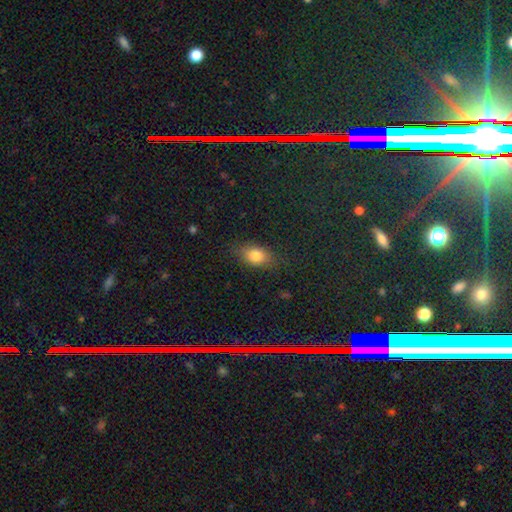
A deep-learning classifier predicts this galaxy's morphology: The model was most divided on "how rounded": in between: 80%, round: 17%, cigar-shaped: 4%. More confident: smooth or featured — smooth (81%); merging — none (79%).